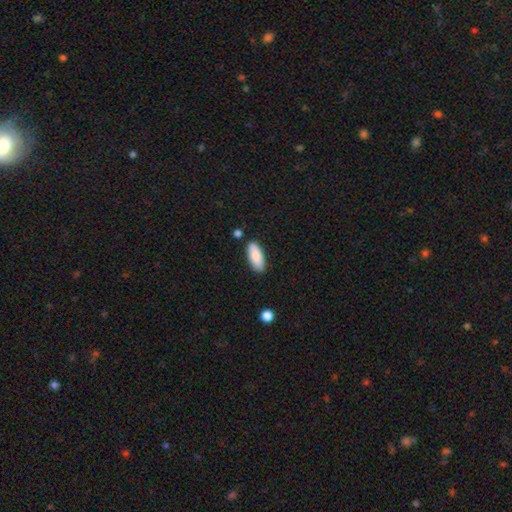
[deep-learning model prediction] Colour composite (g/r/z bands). It shows a smooth galaxy with no disk features (86%) that is in between round and cigar-shaped (81%). Merging: none (84%).